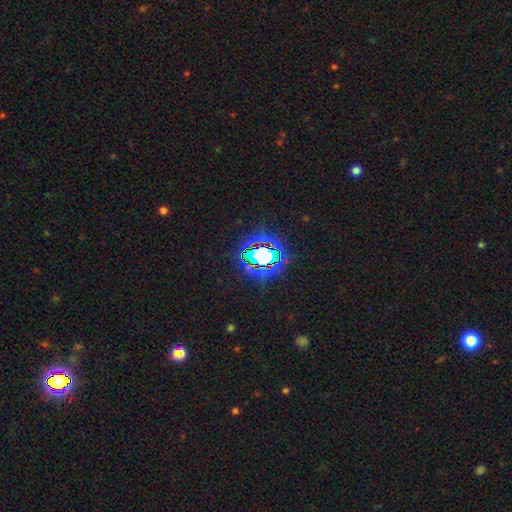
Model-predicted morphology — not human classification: Smooth or featured? Predicted: star or artifact (p=0.74).